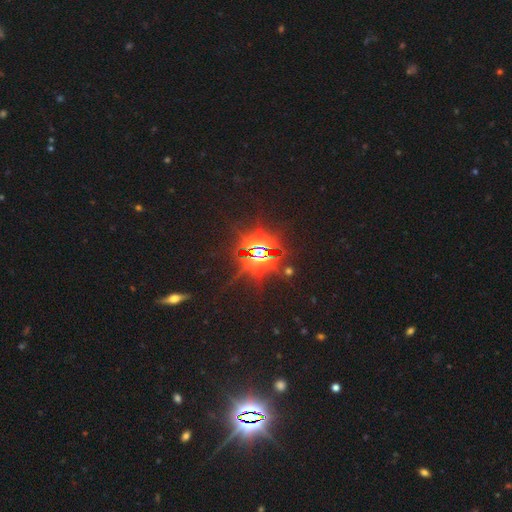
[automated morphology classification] A star or artifact, not a galaxy (84%).

Vote fractions:
- Smooth or featured? star or artifact: 84% / featured or disk: 8% / smooth: 8%